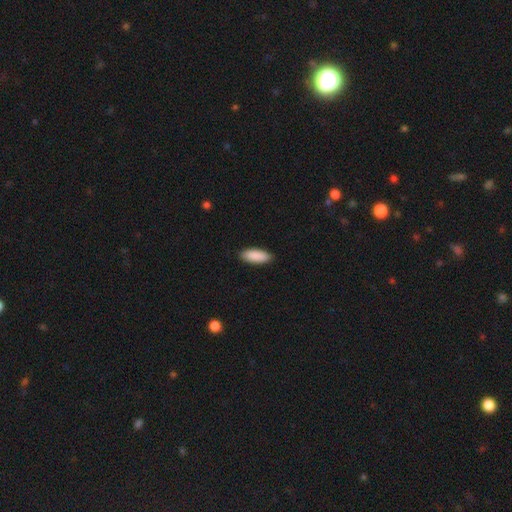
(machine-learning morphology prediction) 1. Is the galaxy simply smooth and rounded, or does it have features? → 91% smooth, 6% star or artifact, 4% featured or disk.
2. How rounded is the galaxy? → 76% in between, 23% cigar-shaped, 2% round.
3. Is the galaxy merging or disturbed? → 89% none, 9% minor disturbance, 2% major disturbance, 1% merger.